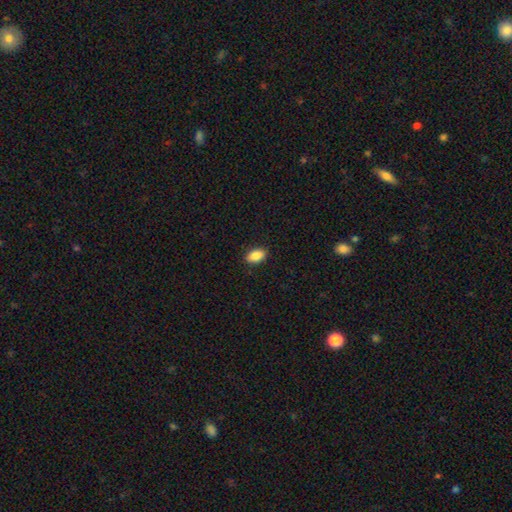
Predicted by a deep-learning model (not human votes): Smooth or featured? smooth (88%)
How rounded? in between (91%)
Merging? none (89%)